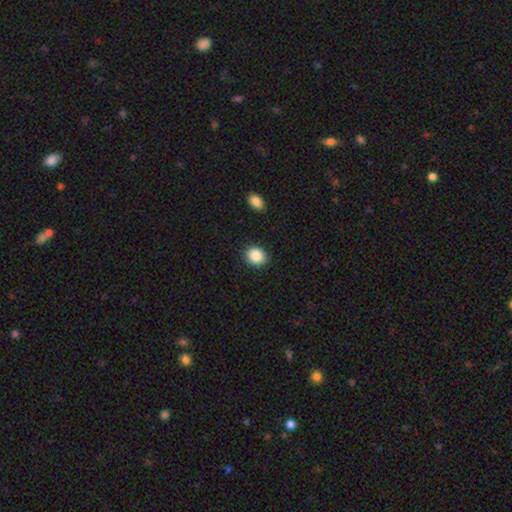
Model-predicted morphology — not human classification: This is clearly a smooth galaxy (87%). How rounded: likely round (67%). Merging: clearly none (87%).